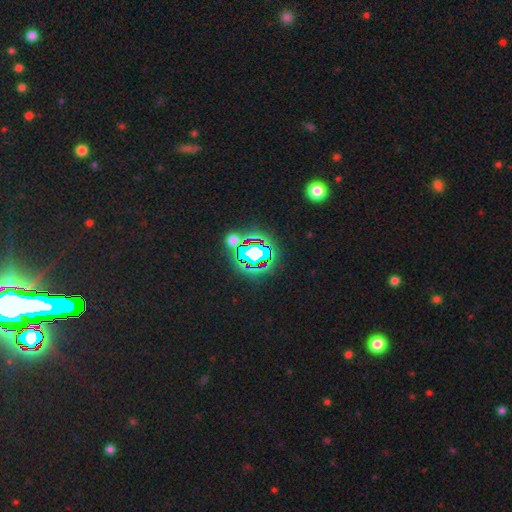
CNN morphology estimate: Smooth or featured: star or artifact — 72% (smooth — 16%)